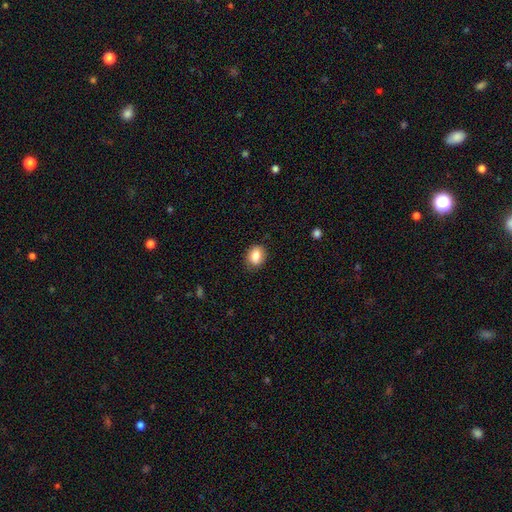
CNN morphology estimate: Smooth or featured?
  - smooth: 83% *
  - star or artifact: 9%
  - featured or disk: 8%
How rounded?
  - in between: 55% *
  - round: 44%
  - cigar-shaped: 1%
Merging?
  - none: 83% *
  - minor disturbance: 13%
  - major disturbance: 3%
  - merger: 1%